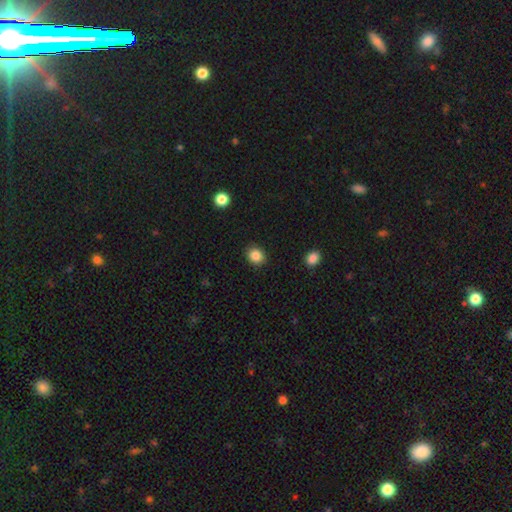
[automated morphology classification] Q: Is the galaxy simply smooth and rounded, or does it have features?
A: smooth — 86%.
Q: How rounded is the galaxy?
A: round — 72%.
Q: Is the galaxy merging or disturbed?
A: none — 90%.